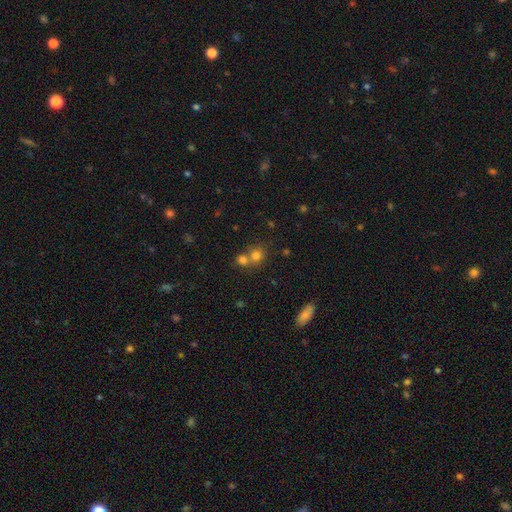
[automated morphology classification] Smooth or featured?
  - smooth: 75% *
  - star or artifact: 16%
  - featured or disk: 10%
How rounded?
  - round: 81% *
  - in between: 18%
  - cigar-shaped: 1%
Merging?
  - merger: 47% *
  - none: 45%
  - minor disturbance: 6%
  - major disturbance: 2%